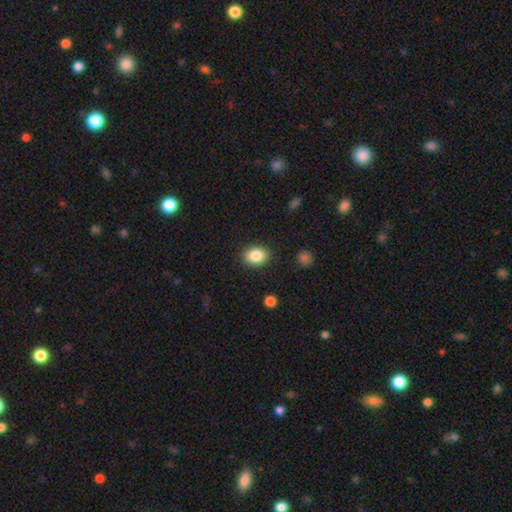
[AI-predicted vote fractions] Smooth or featured? smooth (86%)
How rounded? in between (60%)
Merging? none (88%)